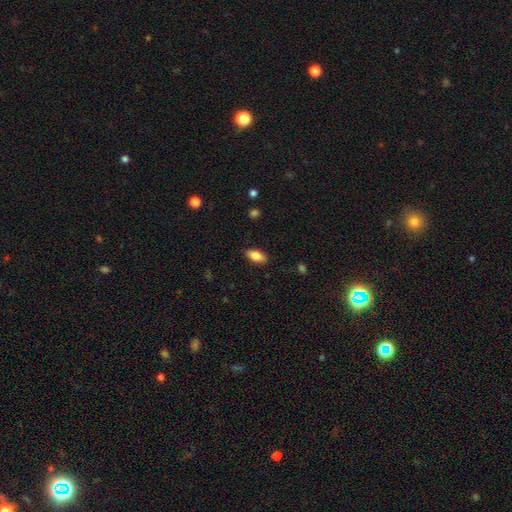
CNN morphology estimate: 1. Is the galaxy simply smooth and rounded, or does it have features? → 82% smooth, 11% featured or disk, 7% star or artifact.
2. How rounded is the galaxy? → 90% in between, 7% cigar-shaped, 3% round.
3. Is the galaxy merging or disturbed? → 88% none, 9% minor disturbance, 2% major disturbance, 1% merger.